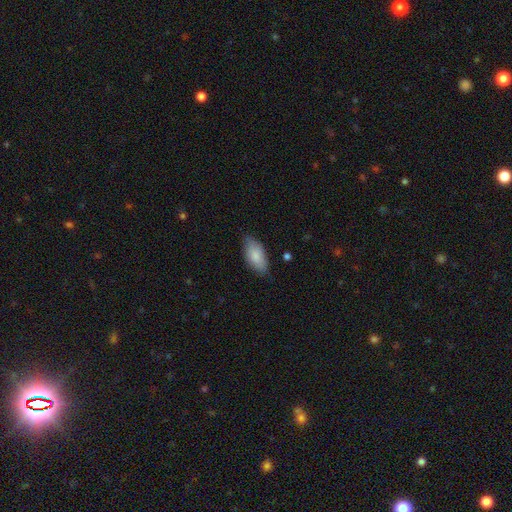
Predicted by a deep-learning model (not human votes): Smooth or featured: smooth — 82% (featured or disk — 12%)
How rounded: in between — 90% (cigar-shaped — 7%)
Merging: none — 75% (minor disturbance — 21%)